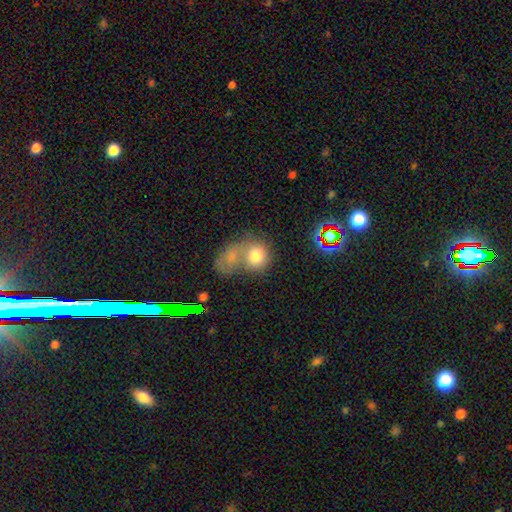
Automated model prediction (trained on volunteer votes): Q: Smooth or featured?
A: smooth (73%); runner-up: featured or disk (16%)
Q: How rounded?
A: round (69%); runner-up: in between (30%)
Q: Merging?
A: merger (55%); runner-up: none (26%)